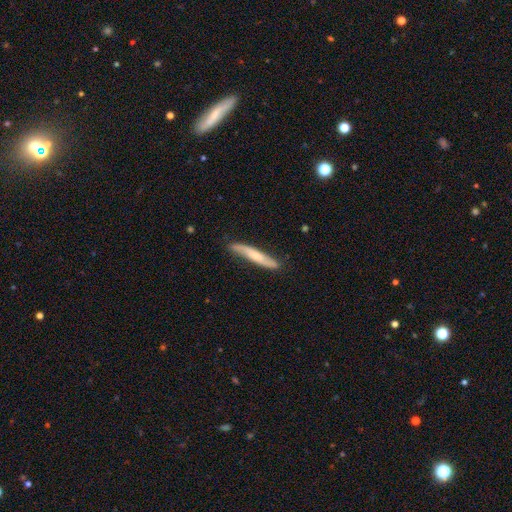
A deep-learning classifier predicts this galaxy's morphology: Smooth or featured: smooth — 48% (featured or disk — 46%)
Merging: none — 79% (minor disturbance — 17%)